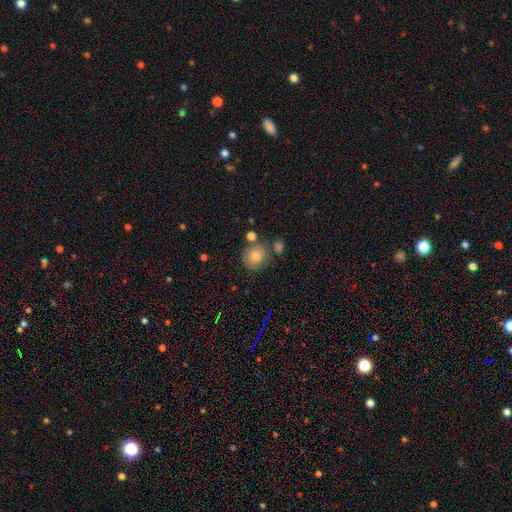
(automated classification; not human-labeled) A smooth galaxy with no disk features (77%) that is round (84%). Merging: none (71%).